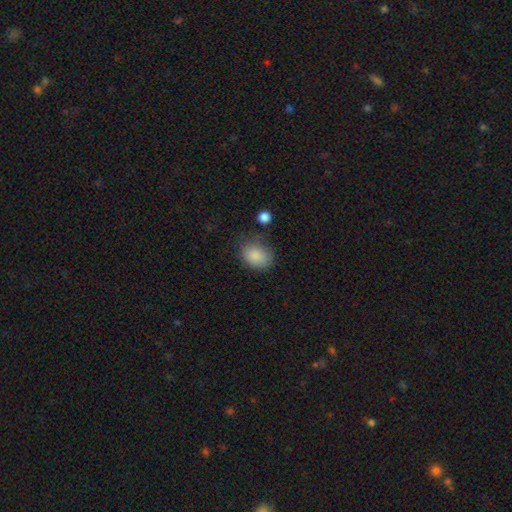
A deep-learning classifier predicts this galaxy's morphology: Smooth or featured?
  - smooth: 86% *
  - star or artifact: 8%
  - featured or disk: 6%
How rounded?
  - in between: 60% *
  - round: 39%
  - cigar-shaped: 1%
Merging?
  - none: 69% *
  - minor disturbance: 21%
  - major disturbance: 7%
  - merger: 4%